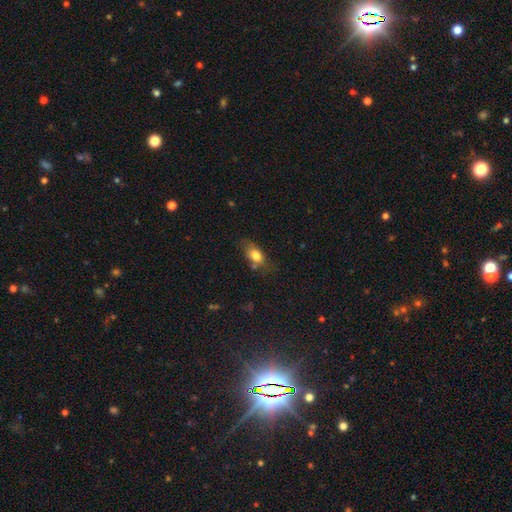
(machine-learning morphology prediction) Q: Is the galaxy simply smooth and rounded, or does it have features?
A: smooth — 75%.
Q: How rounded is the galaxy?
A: in between — 81%.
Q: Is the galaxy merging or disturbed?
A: none — 58%.